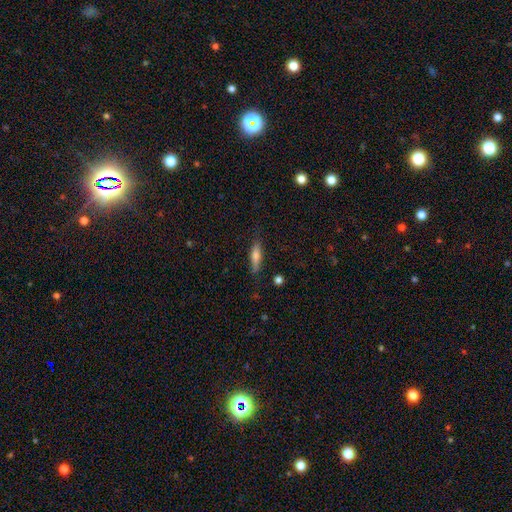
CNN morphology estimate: smooth 69%, featured or disk 24%, star or artifact 7%. Down the decision tree: how rounded — cigar-shaped (63%); merging — none (78%).